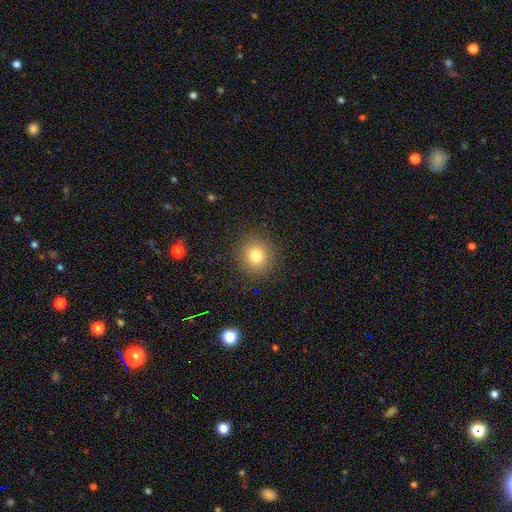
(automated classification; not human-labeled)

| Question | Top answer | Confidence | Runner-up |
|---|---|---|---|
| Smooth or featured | smooth | 78% | star or artifact (13%) |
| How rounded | round | 90% | in between (9%) |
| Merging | none | 90% | minor disturbance (7%) |